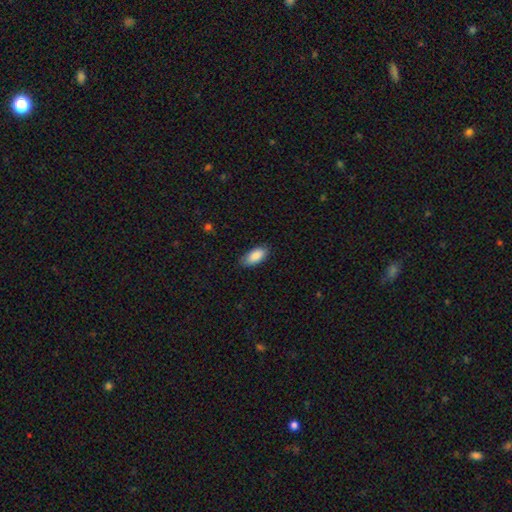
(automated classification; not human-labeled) Q: Smooth or featured?
A: smooth (89%); runner-up: star or artifact (6%)
Q: How rounded?
A: in between (90%); runner-up: cigar-shaped (8%)
Q: Merging?
A: none (81%); runner-up: minor disturbance (15%)